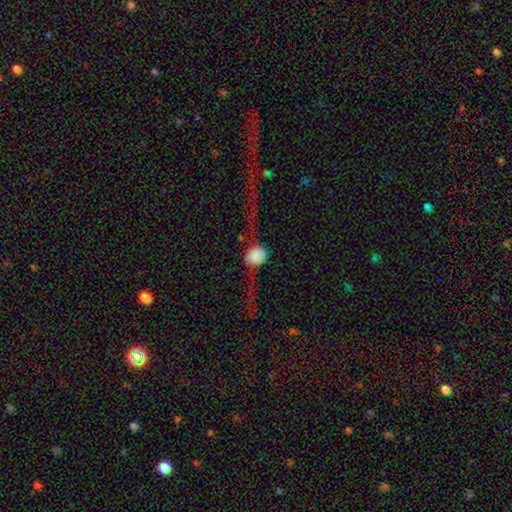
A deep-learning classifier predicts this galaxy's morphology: Overall: smooth (73%). How rounded: round (83%). Merging: none (53%; major disturbance 22%).